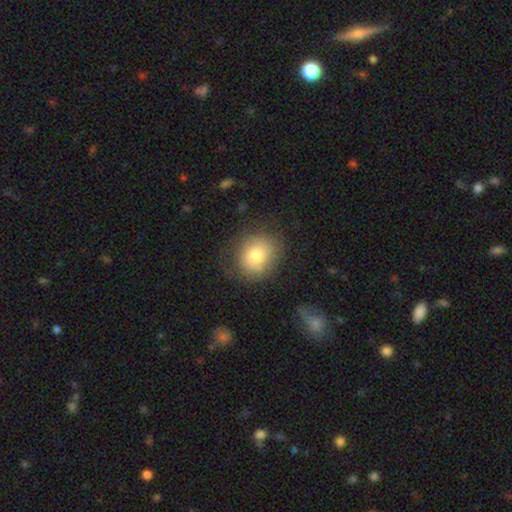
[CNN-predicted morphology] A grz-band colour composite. It shows a smooth galaxy with no disk features (75%) that is round (70%). Merging: none (73%).